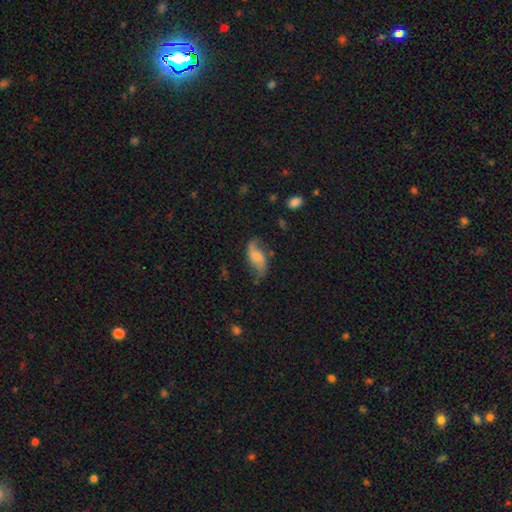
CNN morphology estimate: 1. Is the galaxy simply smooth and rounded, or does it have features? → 63% featured or disk, 29% smooth, 8% star or artifact.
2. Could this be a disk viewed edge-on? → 94% no, 6% yes.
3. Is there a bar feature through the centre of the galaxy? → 47% no, 39% weak, 14% strong.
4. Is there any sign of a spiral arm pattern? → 90% yes, 10% no.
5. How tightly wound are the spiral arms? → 77% loose, 17% medium, 5% tight.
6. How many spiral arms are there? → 88% 2, 4% 1, 4% can't tell, 1% 3, 1% 4, 1% more than 4.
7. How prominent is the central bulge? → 38% small, 31% moderate, 21% none, 8% large, 2% dominant.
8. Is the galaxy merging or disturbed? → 61% none, 24% minor disturbance, 12% major disturbance, 3% merger.